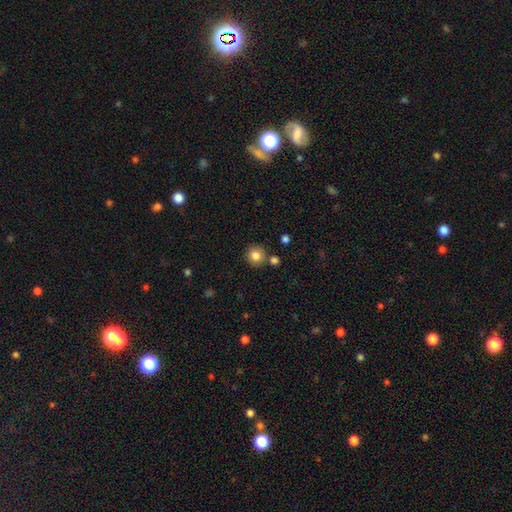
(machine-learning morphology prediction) smooth 82%, star or artifact 10%, featured or disk 8%. Down the decision tree: how rounded — round (92%); merging — none (80%).